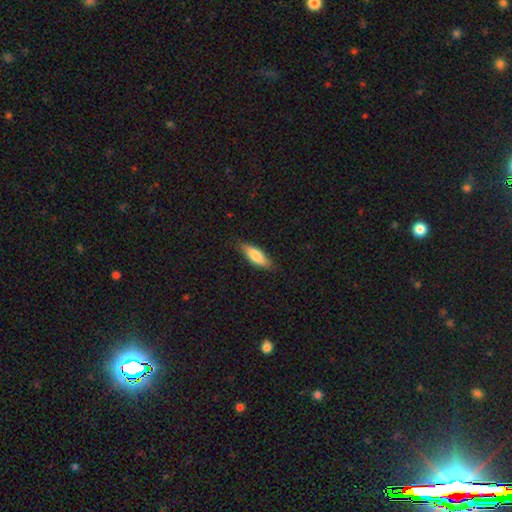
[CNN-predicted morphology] Q: Smooth or featured?
A: smooth (79%); runner-up: featured or disk (16%)
Q: How rounded?
A: in between (58%); runner-up: cigar-shaped (40%)
Q: Merging?
A: none (82%); runner-up: minor disturbance (15%)